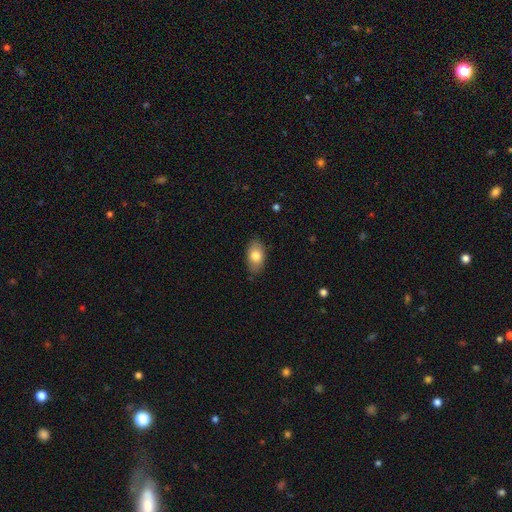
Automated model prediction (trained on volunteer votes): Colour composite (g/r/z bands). It shows a smooth galaxy with no disk features (79%) that is in between round and cigar-shaped (92%). Merging: none (84%).